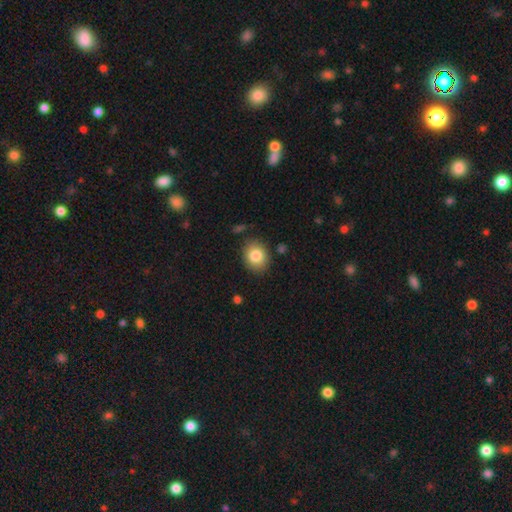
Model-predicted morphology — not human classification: Q: Smooth or featured?
A: smooth (83%); runner-up: featured or disk (9%)
Q: How rounded?
A: round (59%); runner-up: in between (40%)
Q: Merging?
A: none (85%); runner-up: minor disturbance (10%)